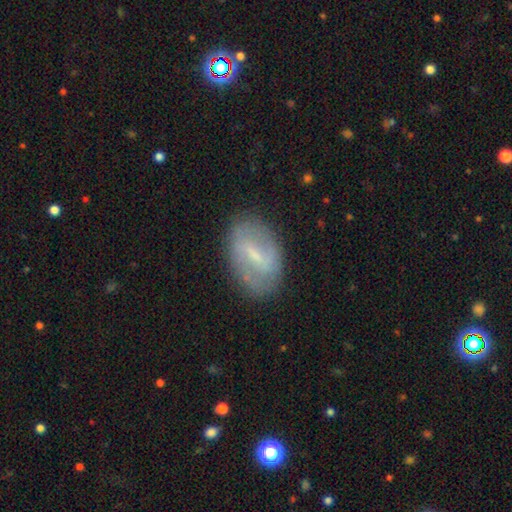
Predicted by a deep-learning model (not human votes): The model was most divided on "bar": weak: 50%, strong: 38%, no: 12%. More confident: edge-on disk — no (94%); merging — none (79%); spiral arms — yes (65%); smooth or featured — featured or disk (63%); bulge size — small (60%).